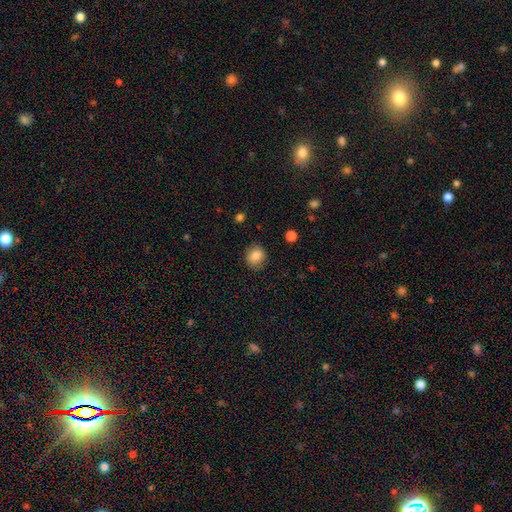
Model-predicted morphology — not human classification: Smooth or featured?
  - smooth: 85% *
  - star or artifact: 9%
  - featured or disk: 6%
How rounded?
  - round: 74% *
  - in between: 25%
  - cigar-shaped: 1%
Merging?
  - none: 86% *
  - minor disturbance: 10%
  - major disturbance: 3%
  - merger: 1%